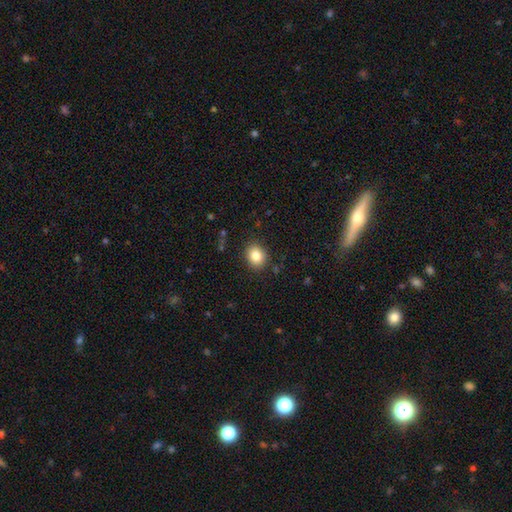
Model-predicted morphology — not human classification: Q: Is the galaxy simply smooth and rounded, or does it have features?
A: smooth — 84%.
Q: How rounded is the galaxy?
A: round — 60%.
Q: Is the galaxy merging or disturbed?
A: none — 88%.